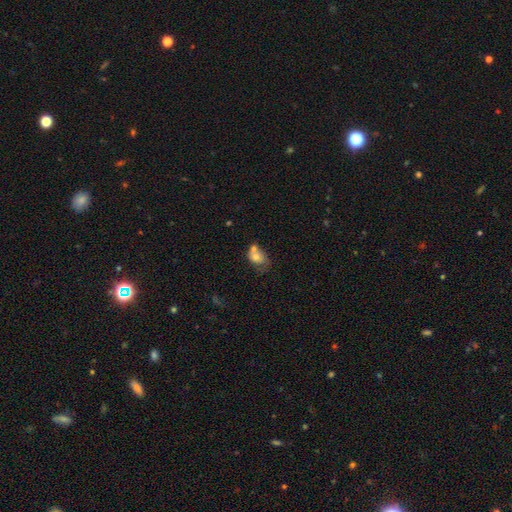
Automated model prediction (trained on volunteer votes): smooth 61%, featured or disk 30%, star or artifact 9%. Down the decision tree: how rounded — in between (60%); merging — merger (51%).